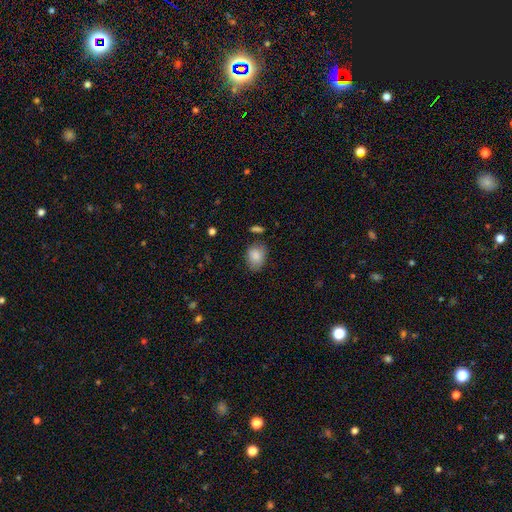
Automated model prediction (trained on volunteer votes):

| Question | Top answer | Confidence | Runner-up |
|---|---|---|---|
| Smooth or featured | smooth | 85% | star or artifact (8%) |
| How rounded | in between | 66% | round (33%) |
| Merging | none | 69% | minor disturbance (23%) |